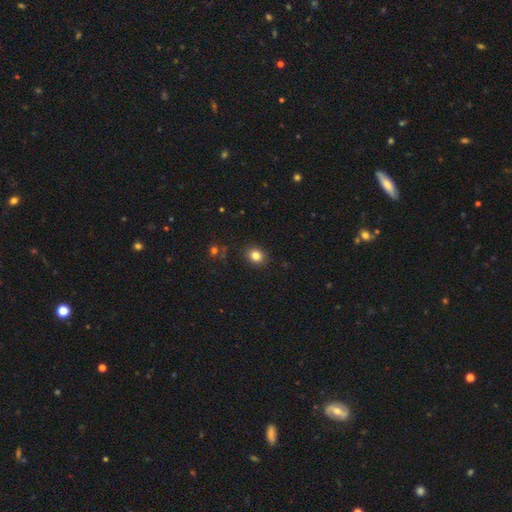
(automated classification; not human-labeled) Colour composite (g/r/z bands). It shows a smooth galaxy with no disk features (82%) that is round (62%). Merging: none (88%).